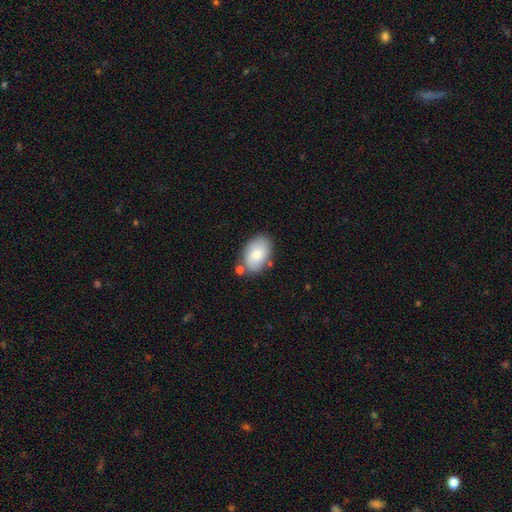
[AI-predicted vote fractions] Overall: smooth (79%). How rounded: in between (91%). Merging: none (73%).